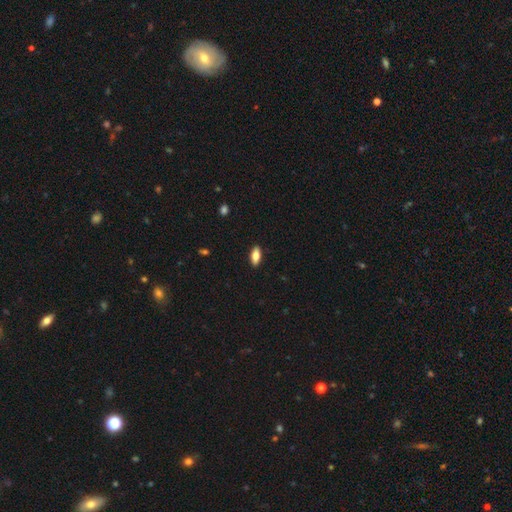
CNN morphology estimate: This appears to be a smooth galaxy with no disk features (77%) that is in between round and cigar-shaped (83%). Merging: none (90%).